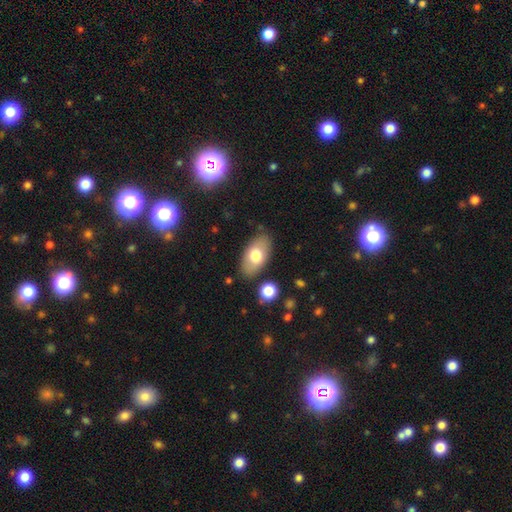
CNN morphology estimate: Smooth or featured: smooth — 70% (featured or disk — 23%)
How rounded: in between — 93% (round — 4%)
Merging: none — 82% (minor disturbance — 12%)